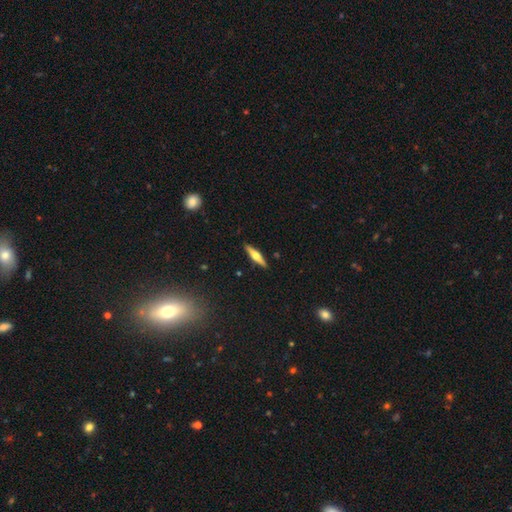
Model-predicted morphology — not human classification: A featured or disk galaxy (62%) viewed edge-on (97%) with a rounded central bulge (93%). Merging: none (90%).